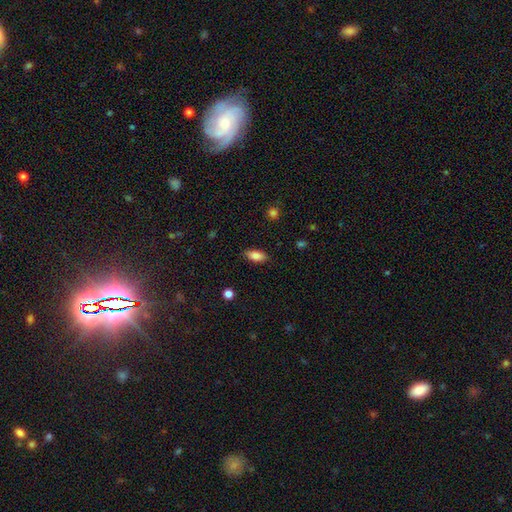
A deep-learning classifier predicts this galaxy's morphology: Overall: smooth (85%). How rounded: in between (87%). Merging: none (85%).